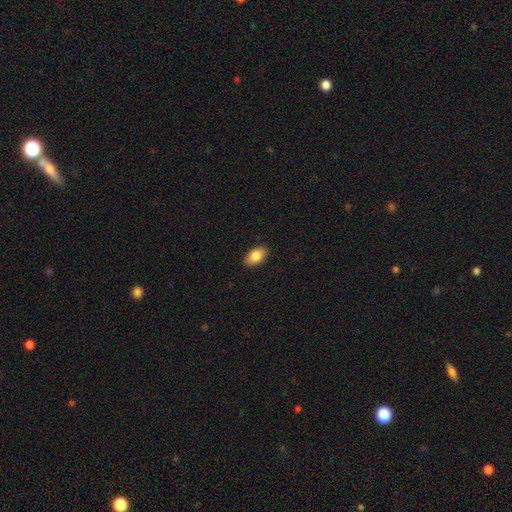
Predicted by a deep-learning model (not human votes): A smooth galaxy with no disk features (85%) that is in between round and cigar-shaped (93%).

Vote fractions:
- Smooth or featured? smooth: 85% / featured or disk: 8% / star or artifact: 7%
- How rounded? in between: 93% / round: 5% / cigar-shaped: 2%
- Merging? none: 88% / minor disturbance: 9% / major disturbance: 2% / merger: 1%